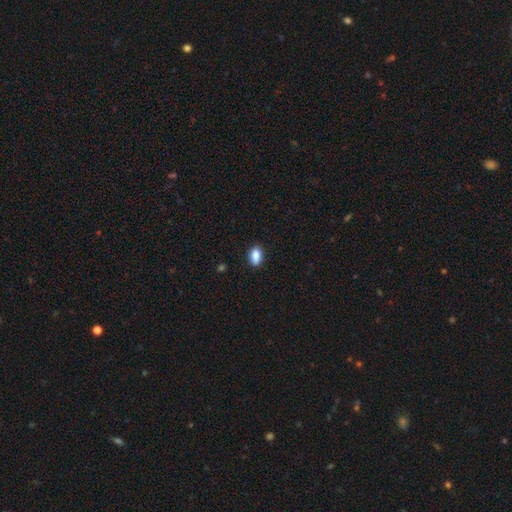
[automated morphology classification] This appears to be a smooth galaxy with no disk features (86%) that is in between round and cigar-shaped (87%). Merging: none (83%).